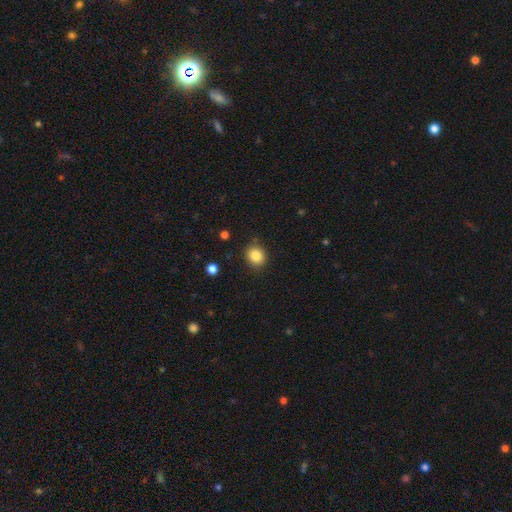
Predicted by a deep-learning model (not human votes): smooth_or_featured: smooth (p=0.85) [alt: star or artifact p=0.10]
how_rounded: round (p=0.79) [alt: in between p=0.20]
merging: none (p=0.87) [alt: minor disturbance p=0.09]